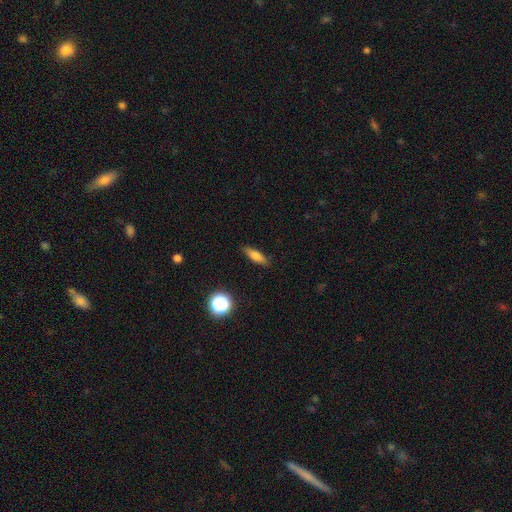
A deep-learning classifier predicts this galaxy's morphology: smooth_or_featured: smooth (p=0.74) [alt: featured or disk p=0.16]
how_rounded: cigar-shaped (p=0.49) [alt: in between p=0.46]
merging: none (p=0.86) [alt: minor disturbance p=0.11]